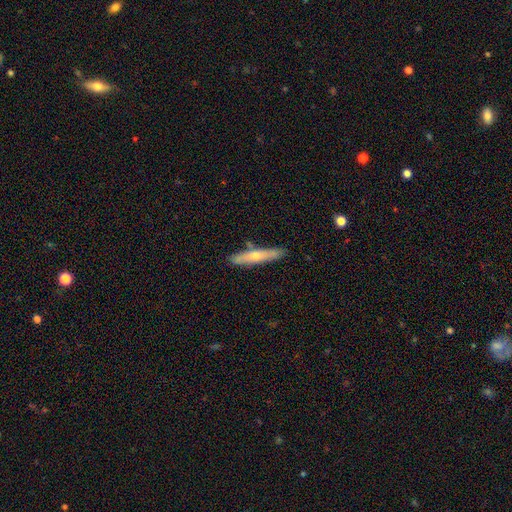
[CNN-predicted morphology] Smooth or featured? smooth (48%)
Merging? none (83%)